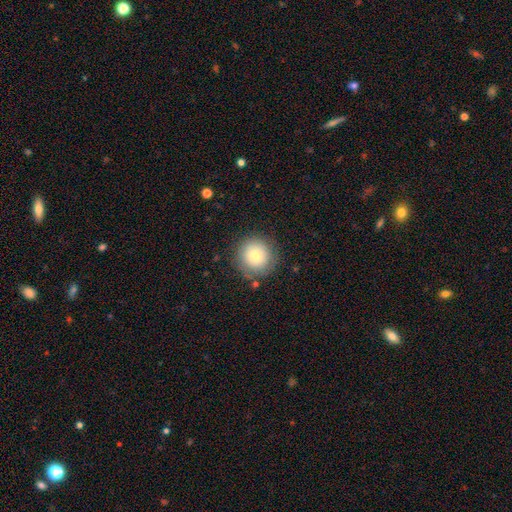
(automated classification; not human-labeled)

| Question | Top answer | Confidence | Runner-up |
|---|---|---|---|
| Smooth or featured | smooth | 77% | featured or disk (13%) |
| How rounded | round | 95% | in between (4%) |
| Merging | none | 83% | minor disturbance (11%) |